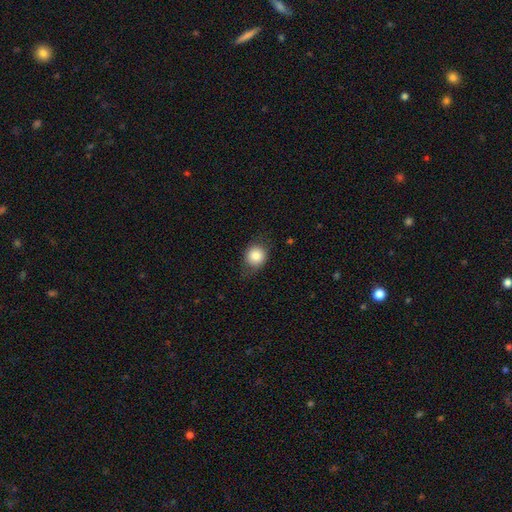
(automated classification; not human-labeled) Smooth or featured: smooth — 83% (star or artifact — 9%)
How rounded: round — 77% (in between — 22%)
Merging: none — 69% (minor disturbance — 23%)